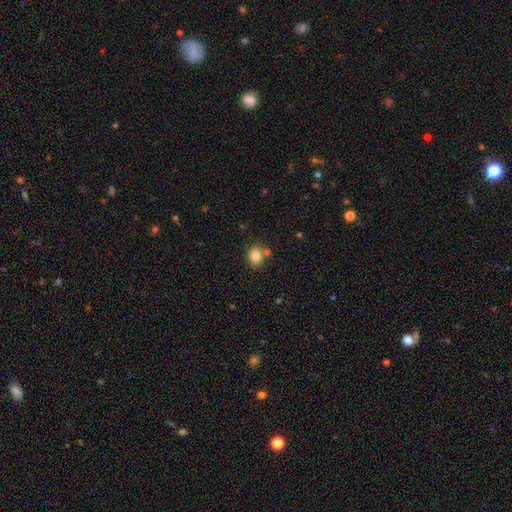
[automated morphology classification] smooth 81%, star or artifact 11%, featured or disk 8%. Down the decision tree: how rounded — round (64%); merging — none (71%).